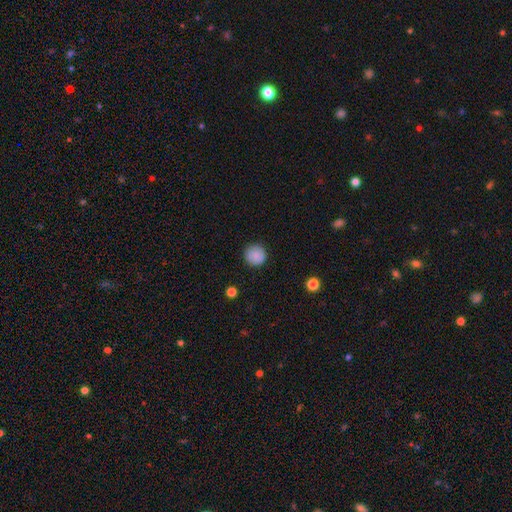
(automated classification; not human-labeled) Smooth or featured: smooth — 87% (star or artifact — 8%)
How rounded: round — 95% (in between — 4%)
Merging: none — 90% (minor disturbance — 7%)